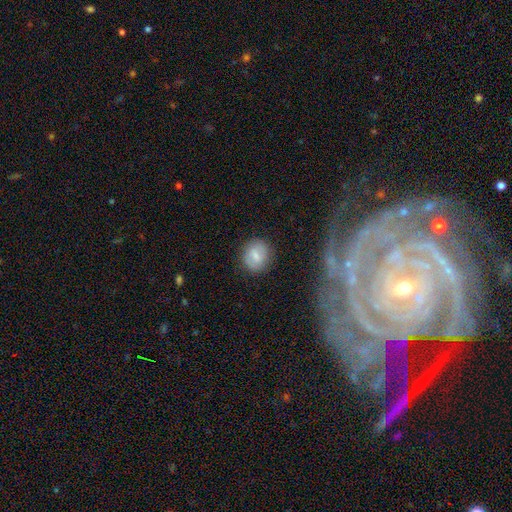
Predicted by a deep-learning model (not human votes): Smooth or featured? Predicted: smooth (p=0.74). How rounded? Predicted: round (p=0.73). Merging? Predicted: none (p=0.84).